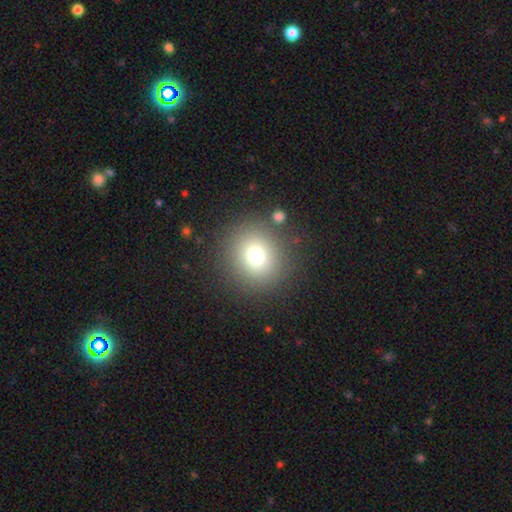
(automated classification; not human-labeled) Morphology: type=smooth (75%); roundness=round (91%); merging=none (86%).